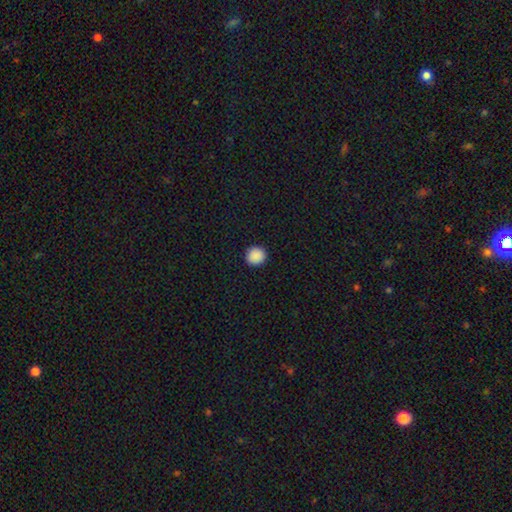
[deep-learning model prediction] Morphology: type=smooth (90%); roundness=round (91%); merging=none (93%).